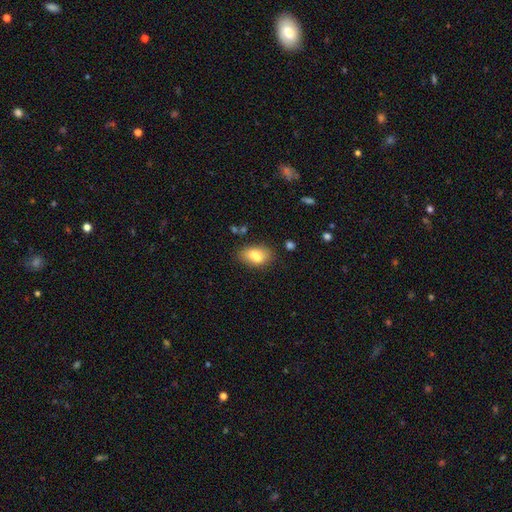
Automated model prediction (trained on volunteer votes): A smooth galaxy with no disk features (73%) that is in between round and cigar-shaped (84%). Merging: none (55%).